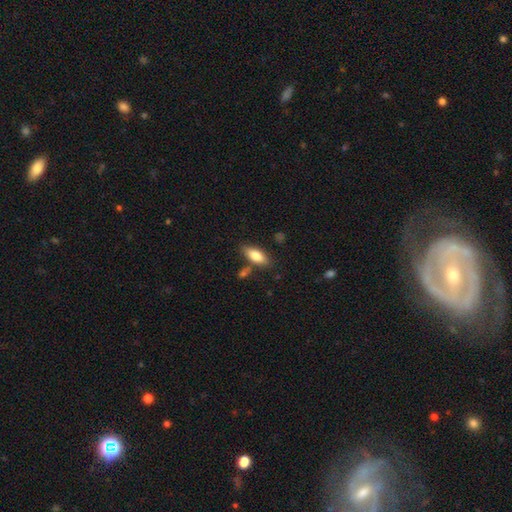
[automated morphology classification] smooth 79%, featured or disk 15%, star or artifact 7%. Down the decision tree: how rounded — in between (80%); merging — none (75%).